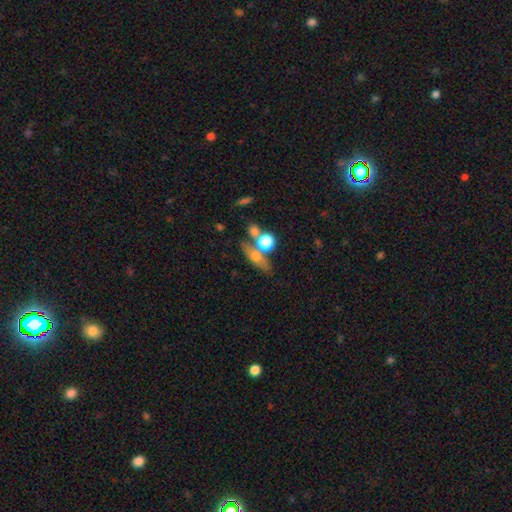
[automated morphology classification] Overall: smooth (48%; featured or disk 40%). Merging: none (61%; merger 23%).